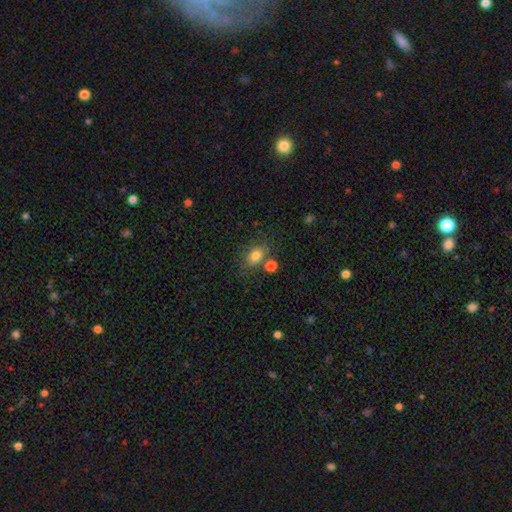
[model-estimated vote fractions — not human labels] Smooth or featured? smooth (80%)
How rounded? in between (73%)
Merging? none (67%)